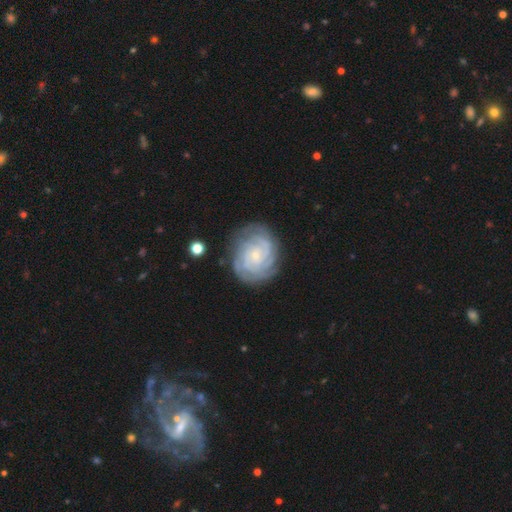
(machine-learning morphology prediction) This appears to be a featured or disk galaxy (85%) with no bar (72%), tight (80%) spiral arms (97%) and a small central bulge (80%). Merging: none (78%).